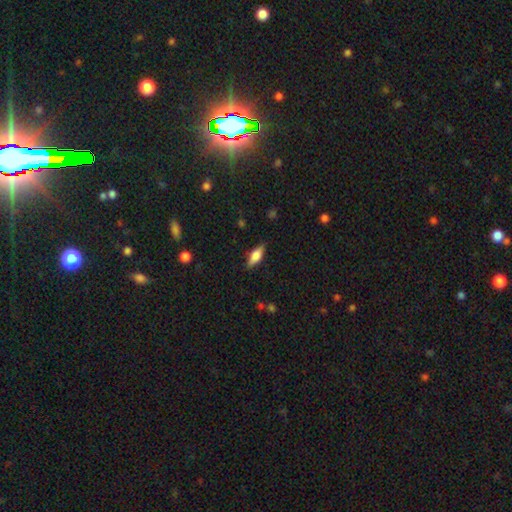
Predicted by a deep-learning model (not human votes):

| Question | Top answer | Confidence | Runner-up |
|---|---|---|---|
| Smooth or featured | smooth | 59% | featured or disk (34%) |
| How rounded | in between | 68% | cigar-shaped (28%) |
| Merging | none | 84% | minor disturbance (12%) |